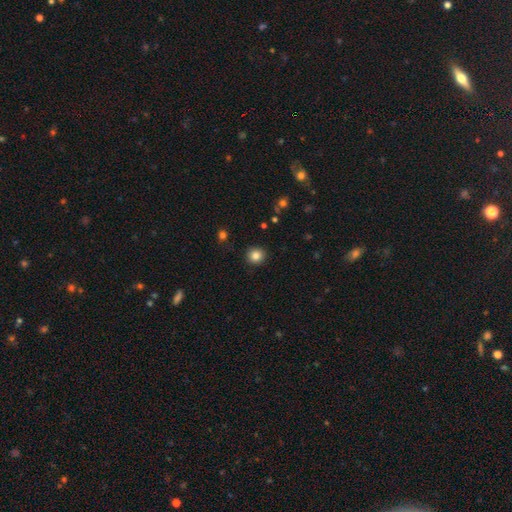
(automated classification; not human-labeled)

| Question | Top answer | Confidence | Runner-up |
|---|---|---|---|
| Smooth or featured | smooth | 84% | star or artifact (11%) |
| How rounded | round | 92% | in between (8%) |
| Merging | none | 91% | minor disturbance (6%) |